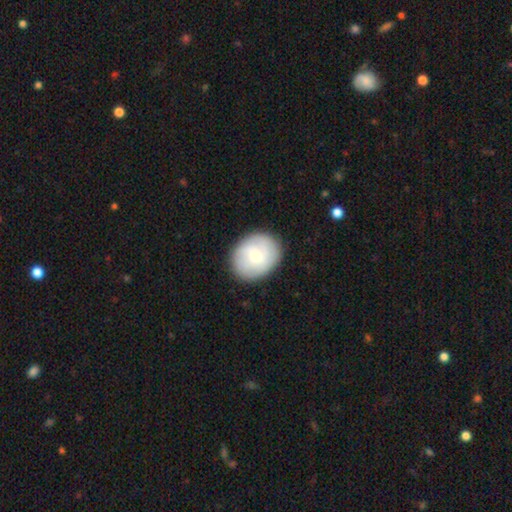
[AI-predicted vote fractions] A smooth galaxy with no disk features (61%) that is round (55%).

Vote fractions:
- Smooth or featured? smooth: 61% / featured or disk: 32% / star or artifact: 7%
- How rounded? round: 55% / in between: 44% / cigar-shaped: 1%
- Merging? none: 86% / minor disturbance: 10% / major disturbance: 3% / merger: 1%